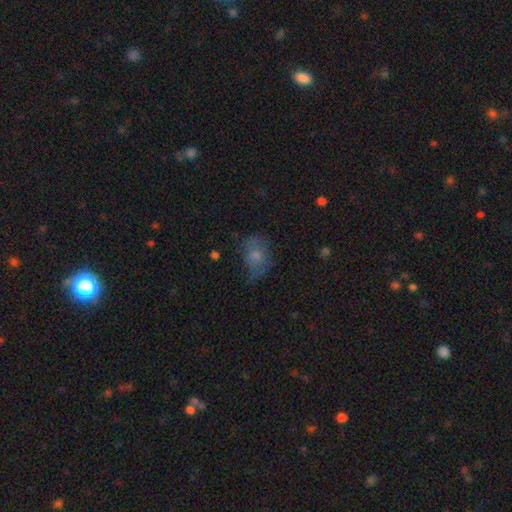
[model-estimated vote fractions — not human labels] smooth-or-featured: smooth: 57% | featured or disk: 30% | star or artifact: 14%
  how-rounded: in between: 66% | round: 33% | cigar-shaped: 2%
  merging: none: 43% | minor disturbance: 29% | major disturbance: 25% | merger: 2%